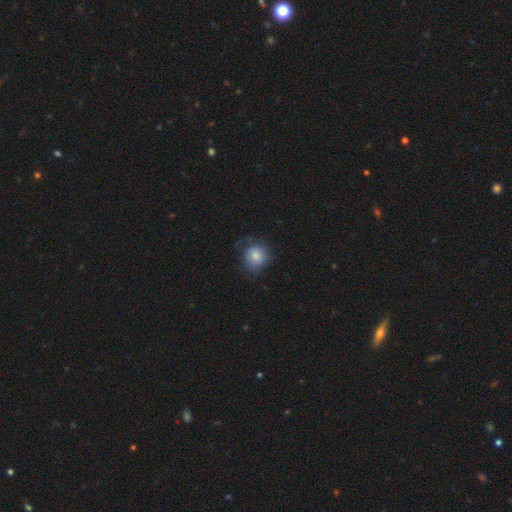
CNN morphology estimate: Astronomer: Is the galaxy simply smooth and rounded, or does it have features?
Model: smooth — 78%.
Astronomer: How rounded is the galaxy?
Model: round — 82%.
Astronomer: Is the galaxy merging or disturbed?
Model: none — 62%.